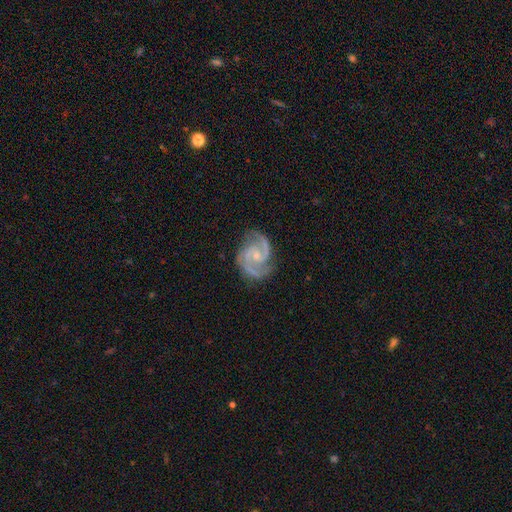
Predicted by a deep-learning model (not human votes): Smooth or featured? Predicted: featured or disk (p=0.93). Edge-on disk? Predicted: no (p=0.98). Bar? Predicted: no (p=0.55). Spiral arms? Predicted: yes (p=0.99). Spiral winding? Predicted: medium (p=0.60). Spiral arm count? Predicted: 2 (p=0.85). Bulge size? Predicted: small (p=0.69). Merging? Predicted: none (p=0.79).